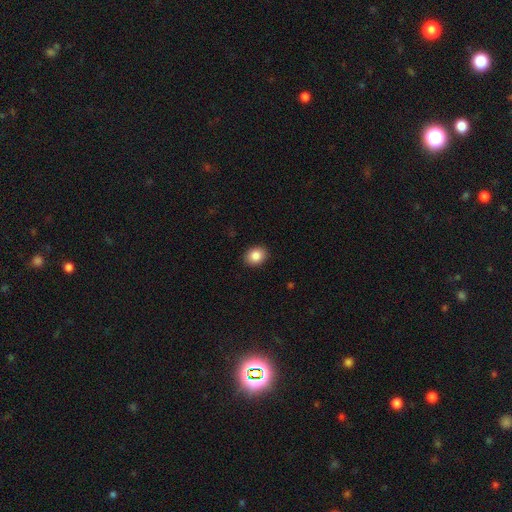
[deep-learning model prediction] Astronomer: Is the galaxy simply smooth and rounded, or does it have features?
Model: smooth — 86%.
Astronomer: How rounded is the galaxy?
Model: round — 52% (runner-up: in between, 48%).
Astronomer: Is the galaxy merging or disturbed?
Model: none — 90%.